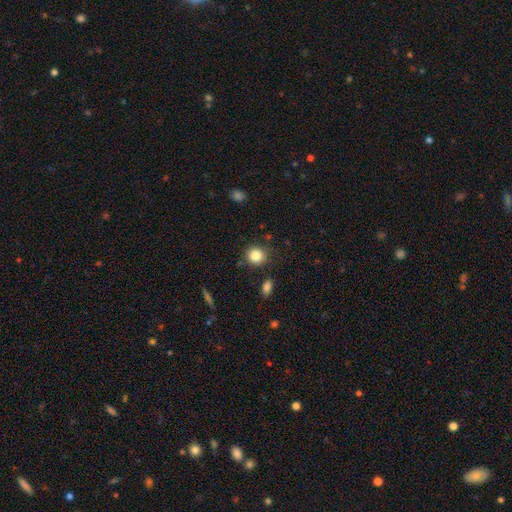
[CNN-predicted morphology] Smooth or featured?
  - smooth: 85% *
  - star or artifact: 10%
  - featured or disk: 5%
How rounded?
  - round: 86% *
  - in between: 13%
  - cigar-shaped: 1%
Merging?
  - none: 84% *
  - minor disturbance: 10%
  - merger: 3%
  - major disturbance: 3%